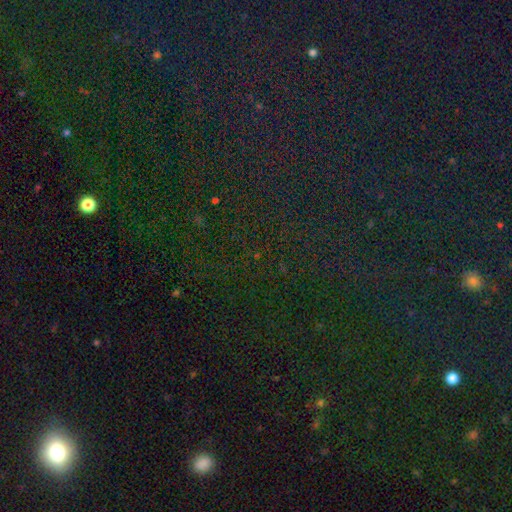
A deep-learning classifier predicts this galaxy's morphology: A star or artifact, not a galaxy (82%).